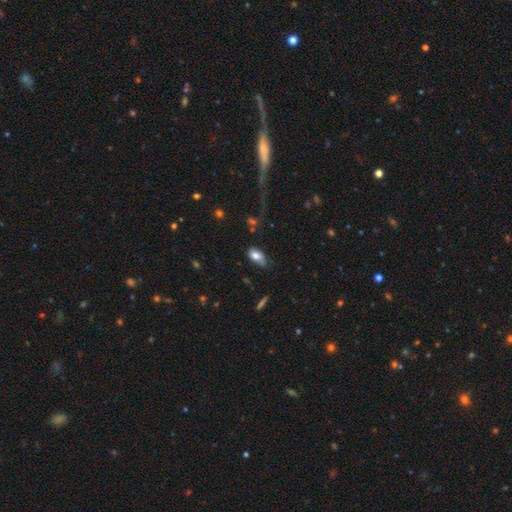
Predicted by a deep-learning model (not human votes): Smooth or featured? smooth (75%)
How rounded? in between (92%)
Merging? none (57%)